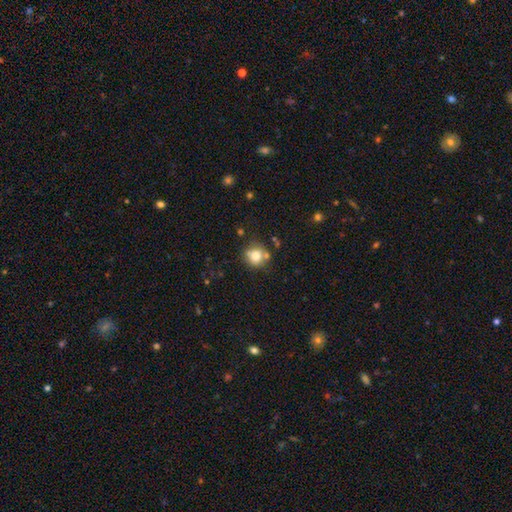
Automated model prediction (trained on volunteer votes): Smooth or featured? Predicted: smooth (p=0.79). How rounded? Predicted: round (p=0.87). Merging? Predicted: none (p=0.67).